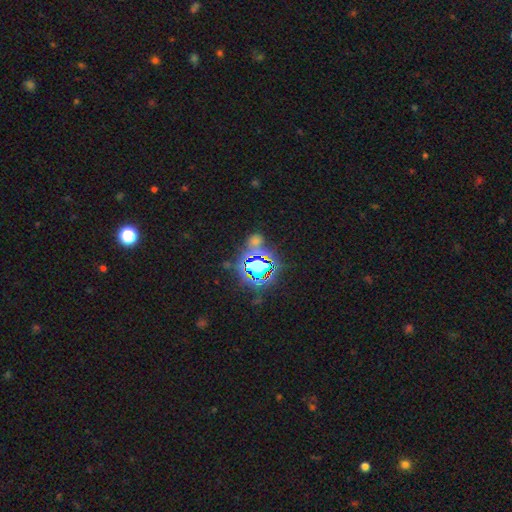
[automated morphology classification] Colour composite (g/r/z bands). It shows a star or artifact, not a galaxy (80%).